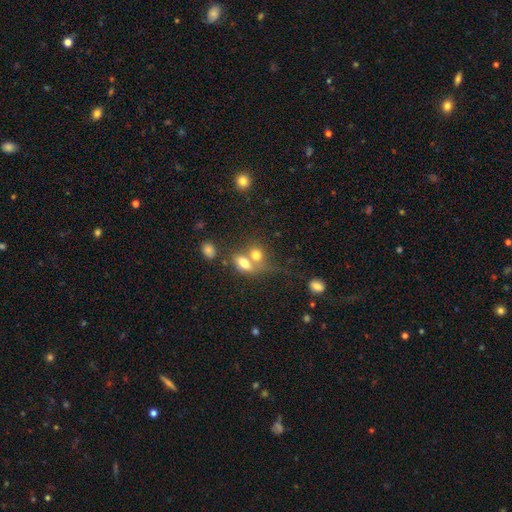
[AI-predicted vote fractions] Smooth or featured?
  - smooth: 73% *
  - featured or disk: 16%
  - star or artifact: 12%
How rounded?
  - in between: 60% *
  - round: 37%
  - cigar-shaped: 3%
Merging?
  - merger: 60% *
  - none: 25%
  - minor disturbance: 8%
  - major disturbance: 6%